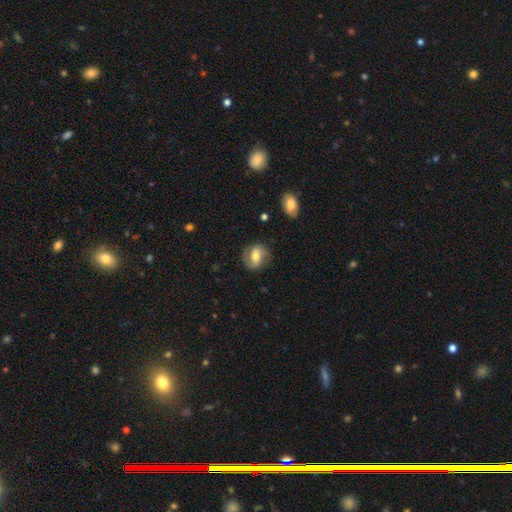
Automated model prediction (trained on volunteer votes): A featured or disk galaxy (64%) with a weak bar (40%), 2 (86%) medium (45%) spiral arms (85%) and a moderate central bulge (64%). Merging: none (78%).